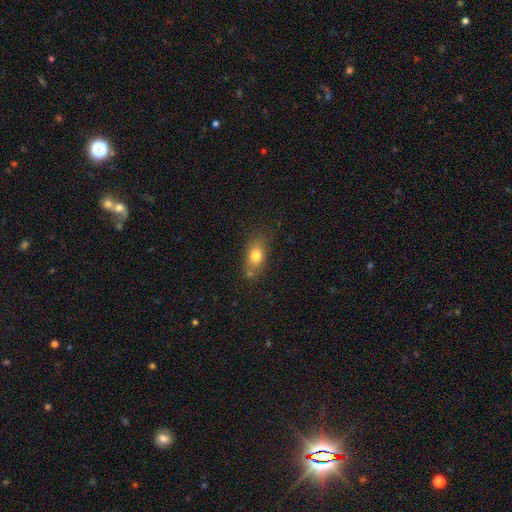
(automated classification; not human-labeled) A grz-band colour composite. It shows a smooth galaxy with no disk features (77%) that is in between round and cigar-shaped (75%). Merging: none (66%).